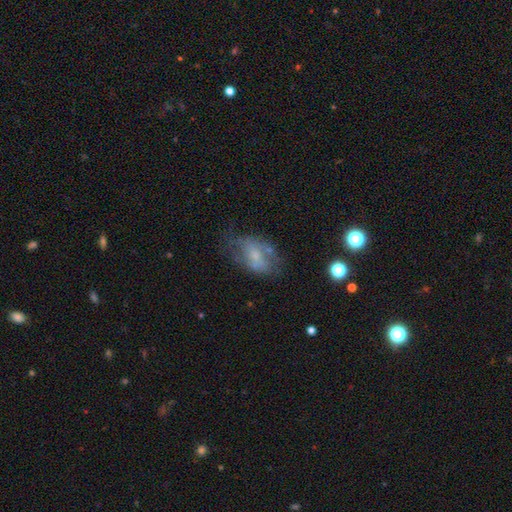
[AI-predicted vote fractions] Q: Smooth or featured?
A: featured or disk (47%); runner-up: smooth (43%)
Q: Merging?
A: none (46%); runner-up: minor disturbance (27%)